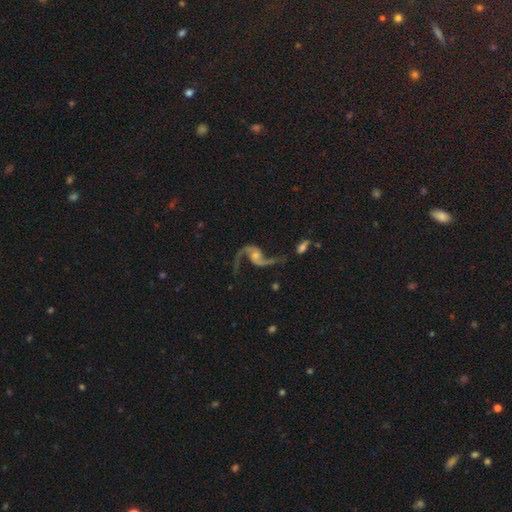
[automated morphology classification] type=featured or disk (91%); edge-on=no (97%); bar=no (61%); spiral arms=yes (97%); winding=loose (80%); arm count=2 (93%); bulge=small (49%); merging=none (63%).